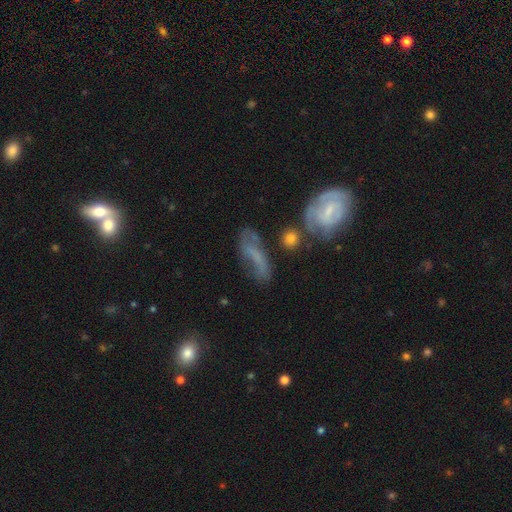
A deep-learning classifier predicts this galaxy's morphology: A featured or disk galaxy (50%).

Vote fractions:
- Smooth or featured? featured or disk: 50% / smooth: 36% / star or artifact: 14%
- Merging? none: 43% / minor disturbance: 23% / major disturbance: 19% / merger: 14%